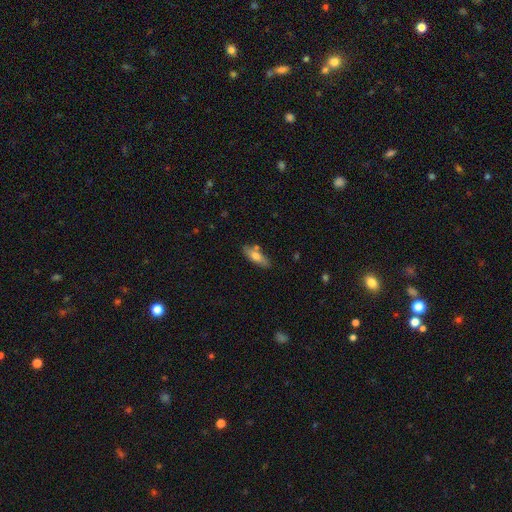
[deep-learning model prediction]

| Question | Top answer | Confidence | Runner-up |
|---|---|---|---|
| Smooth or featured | smooth | 66% | featured or disk (27%) |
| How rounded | in between | 68% | cigar-shaped (29%) |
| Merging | none | 75% | minor disturbance (15%) |